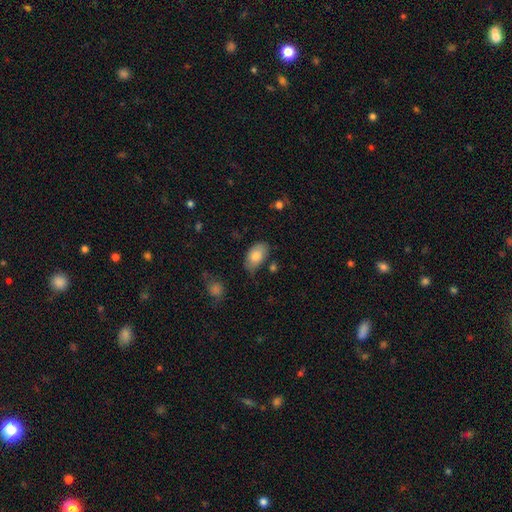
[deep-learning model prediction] Smooth or featured? Predicted: smooth (p=0.82). How rounded? Predicted: in between (p=0.93). Merging? Predicted: none (p=0.62).